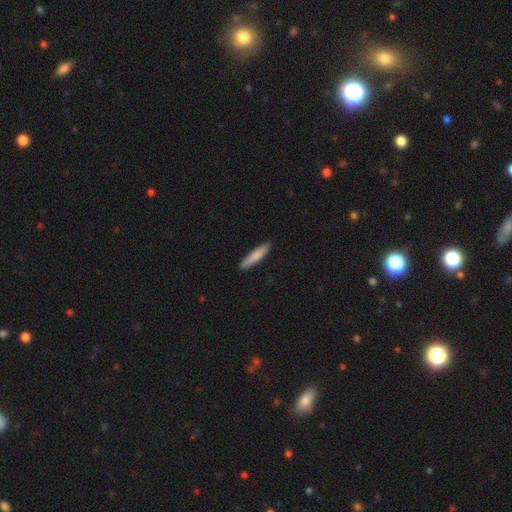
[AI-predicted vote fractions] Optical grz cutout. It shows a smooth galaxy with no disk features (81%) that is cigar-shaped (88%). Merging: none (90%).